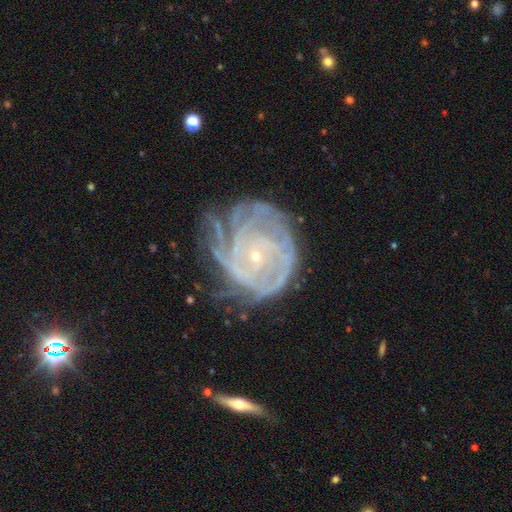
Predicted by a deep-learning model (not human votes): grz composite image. It shows a featured or disk galaxy (84%) with no bar (75%), tight (72%) spiral arms (93%) and a small central bulge (88%). Merging: none (47%).